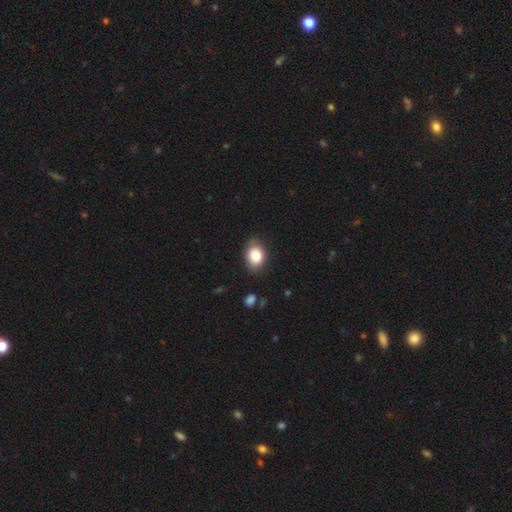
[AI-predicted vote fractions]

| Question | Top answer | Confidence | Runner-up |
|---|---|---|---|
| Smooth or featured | smooth | 86% | star or artifact (8%) |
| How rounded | in between | 70% | round (29%) |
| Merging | none | 76% | minor disturbance (18%) |